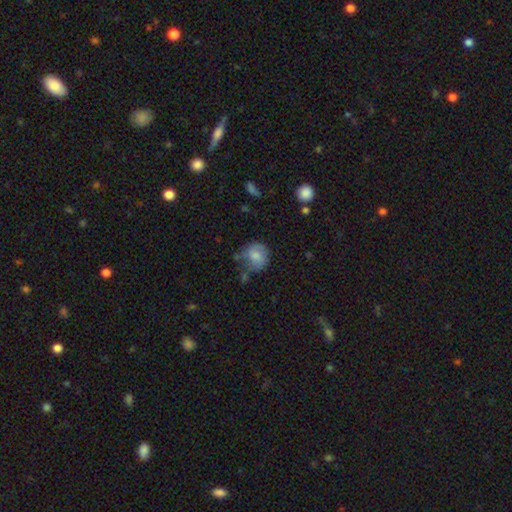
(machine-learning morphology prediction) Overall: smooth (70%). How rounded: round (76%). Merging: none (47%; minor disturbance 31%).